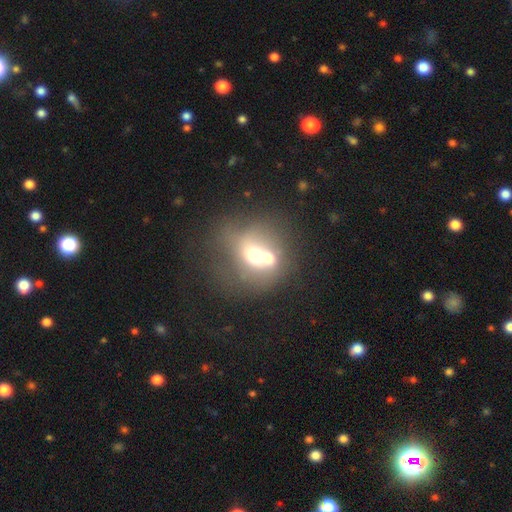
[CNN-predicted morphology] smooth-or-featured: smooth: 55% | featured or disk: 31% | star or artifact: 14%
  how-rounded: round: 69% | in between: 30% | cigar-shaped: 1%
  merging: merger: 58% | none: 26% | minor disturbance: 8% | major disturbance: 7%